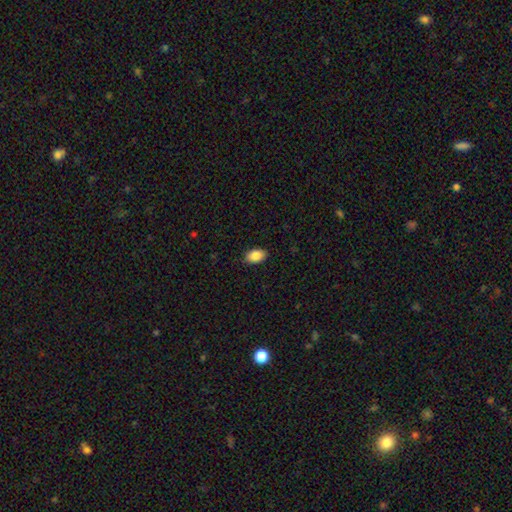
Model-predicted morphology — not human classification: Q: Smooth or featured?
A: smooth (87%); runner-up: star or artifact (7%)
Q: How rounded?
A: in between (91%); runner-up: round (8%)
Q: Merging?
A: none (88%); runner-up: minor disturbance (9%)